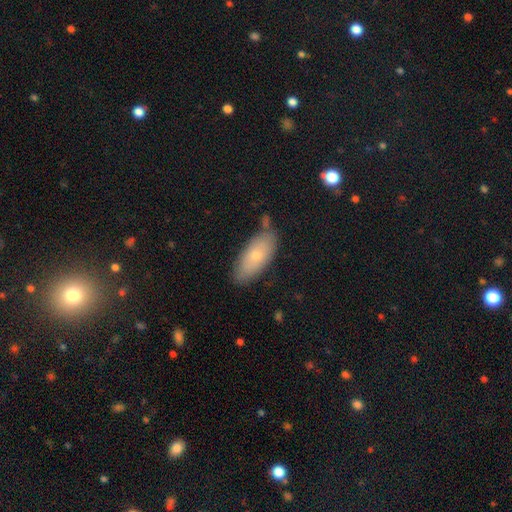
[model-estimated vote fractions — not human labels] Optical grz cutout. It shows a smooth galaxy with no disk features (73%) that is in between round and cigar-shaped (86%). Merging: none (73%).